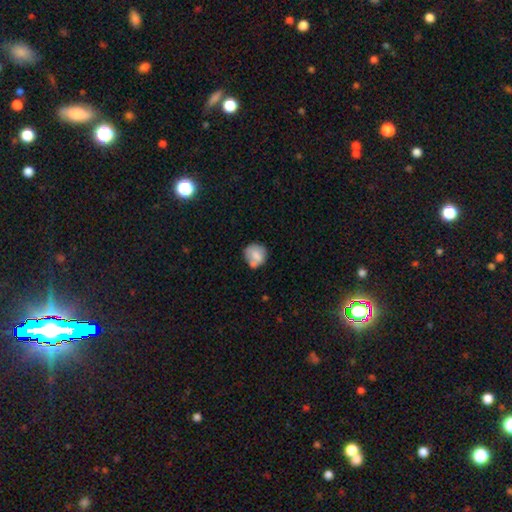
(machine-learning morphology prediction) Smooth or featured: smooth — 74% (featured or disk — 18%)
How rounded: round — 83% (in between — 16%)
Merging: none — 56% (minor disturbance — 22%)